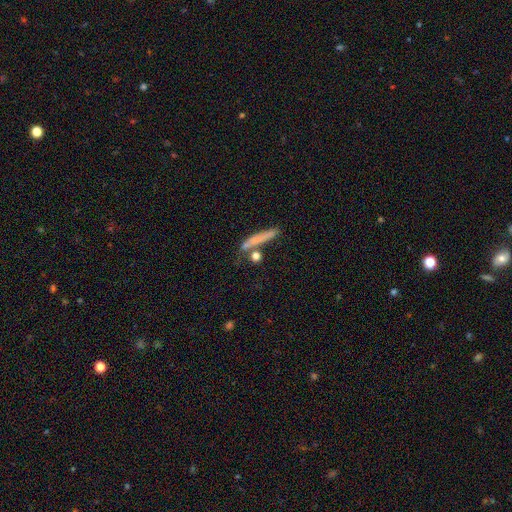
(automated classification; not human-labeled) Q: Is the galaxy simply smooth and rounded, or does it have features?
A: smooth — 71%.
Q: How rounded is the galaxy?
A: cigar-shaped — 46%.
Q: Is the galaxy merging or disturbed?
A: none — 63%.